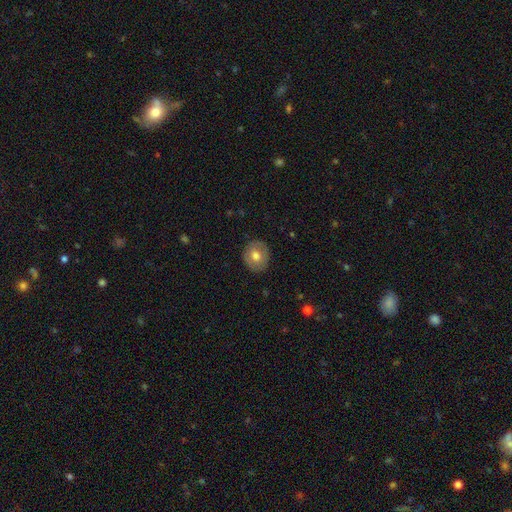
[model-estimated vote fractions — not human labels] smooth 68%, featured or disk 25%, star or artifact 7%. Down the decision tree: how rounded — round (74%); merging — none (87%).